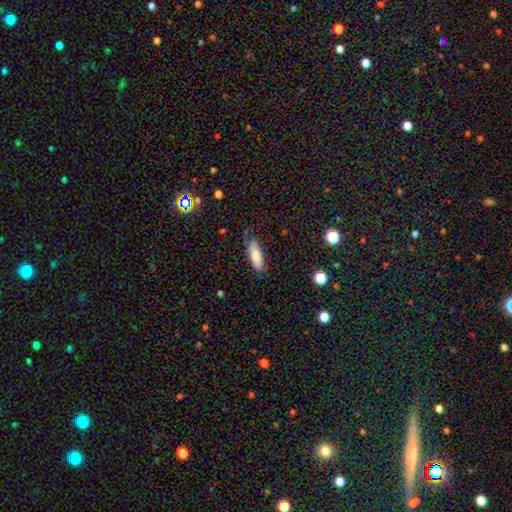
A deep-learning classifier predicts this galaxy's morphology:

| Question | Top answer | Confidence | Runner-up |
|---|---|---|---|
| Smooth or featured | smooth | 77% | featured or disk (16%) |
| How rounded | in between | 59% | cigar-shaped (39%) |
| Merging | none | 62% | minor disturbance (28%) |